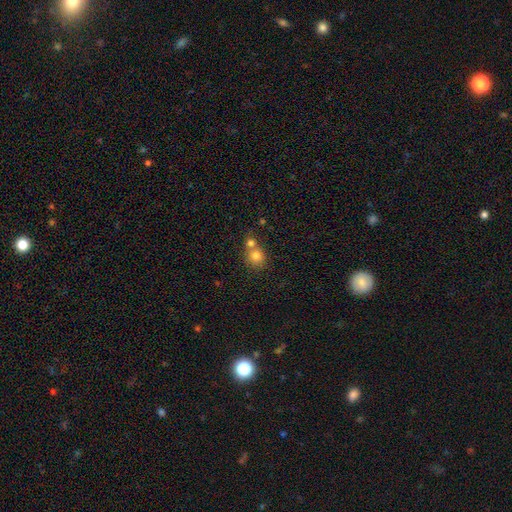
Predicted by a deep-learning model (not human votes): smooth-or-featured: smooth: 78% | star or artifact: 11% | featured or disk: 11%
  how-rounded: round: 79% | in between: 20% | cigar-shaped: 1%
  merging: merger: 48% | none: 41% | minor disturbance: 8% | major disturbance: 3%